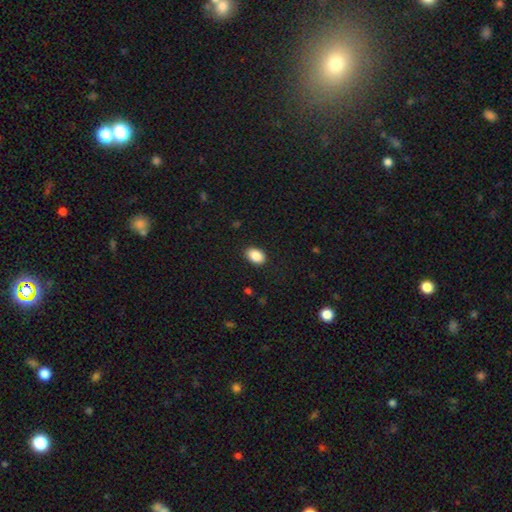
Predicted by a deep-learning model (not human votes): Smooth or featured: smooth — 89% (star or artifact — 7%)
How rounded: in between — 86% (round — 13%)
Merging: none — 89% (minor disturbance — 8%)